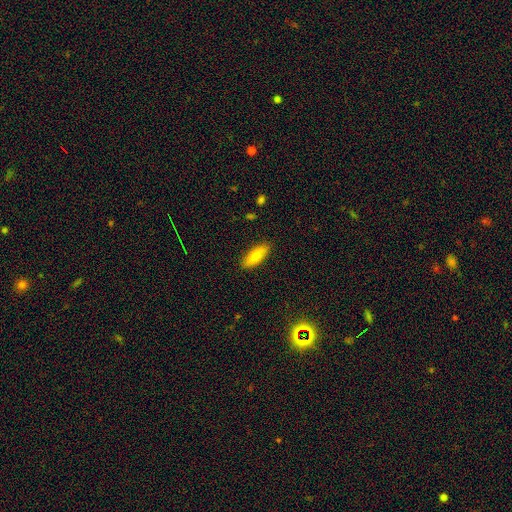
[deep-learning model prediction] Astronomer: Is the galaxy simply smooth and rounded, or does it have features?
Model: smooth — 78%.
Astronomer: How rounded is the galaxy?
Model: in between — 60% (runner-up: cigar-shaped, 38%).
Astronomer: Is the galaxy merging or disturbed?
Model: none — 88%.